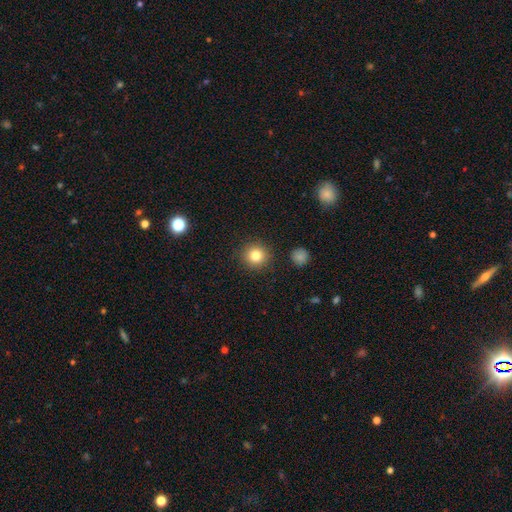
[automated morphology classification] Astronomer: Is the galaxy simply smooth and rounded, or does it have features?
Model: smooth — 82%.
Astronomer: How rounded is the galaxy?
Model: round — 94%.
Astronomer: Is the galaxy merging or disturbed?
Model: none — 90%.